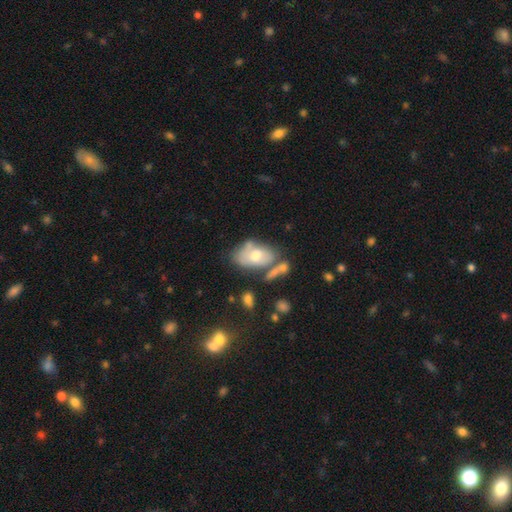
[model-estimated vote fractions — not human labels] A smooth galaxy with no disk features (58%) that is in between round and cigar-shaped (90%).

Vote fractions:
- Smooth or featured? smooth: 58% / featured or disk: 34% / star or artifact: 8%
- How rounded? in between: 90% / round: 8% / cigar-shaped: 2%
- Merging? none: 42% / merger: 24% / minor disturbance: 23% / major disturbance: 12%